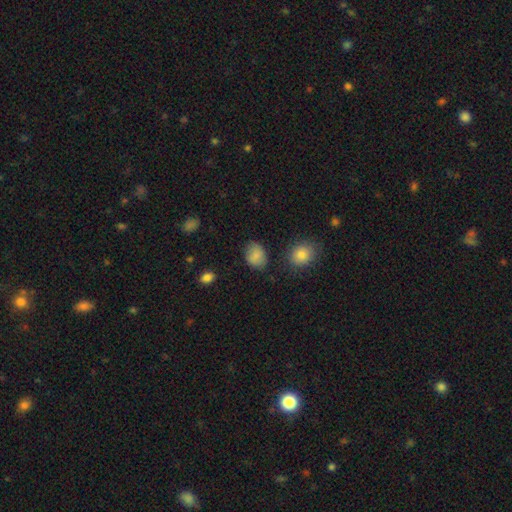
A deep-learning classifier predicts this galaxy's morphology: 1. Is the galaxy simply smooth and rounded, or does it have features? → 84% smooth, 9% star or artifact, 7% featured or disk.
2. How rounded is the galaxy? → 61% in between, 38% round, 1% cigar-shaped.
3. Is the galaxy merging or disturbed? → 77% none, 16% minor disturbance, 4% major disturbance, 3% merger.